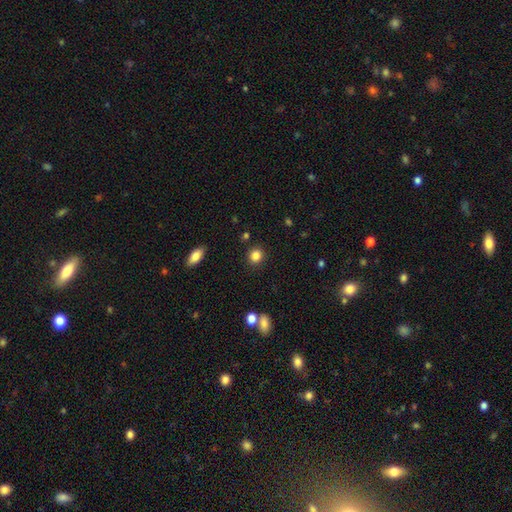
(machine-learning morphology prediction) type=smooth (85%); roundness=round (84%); merging=none (89%).